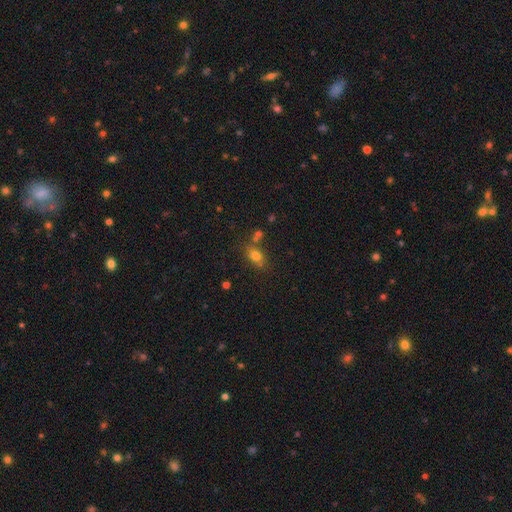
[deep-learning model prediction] This is likely a smooth galaxy (75%). How rounded: likely in between (71%). Merging: likely none (65%).